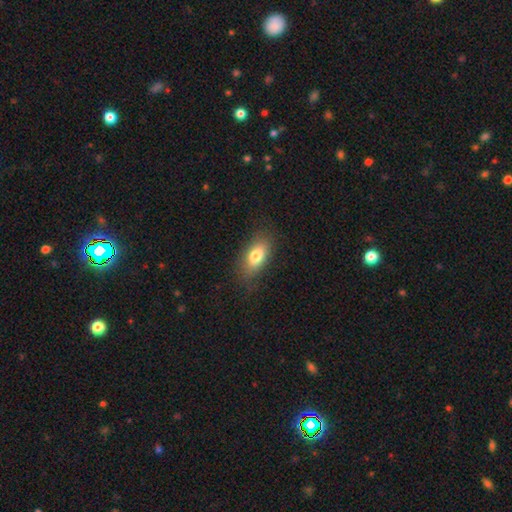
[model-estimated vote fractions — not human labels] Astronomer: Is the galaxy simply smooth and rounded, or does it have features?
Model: smooth — 78%.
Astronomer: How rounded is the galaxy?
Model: in between — 87%.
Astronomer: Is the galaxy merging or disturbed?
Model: none — 79%.